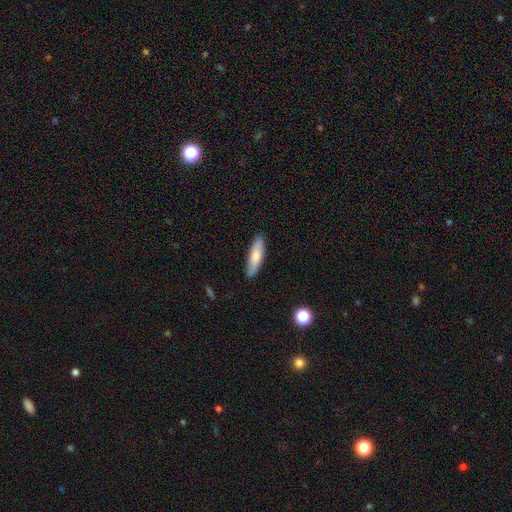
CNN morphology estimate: Q: Smooth or featured?
A: smooth (76%); runner-up: featured or disk (18%)
Q: How rounded?
A: cigar-shaped (60%); runner-up: in between (39%)
Q: Merging?
A: none (88%); runner-up: minor disturbance (9%)